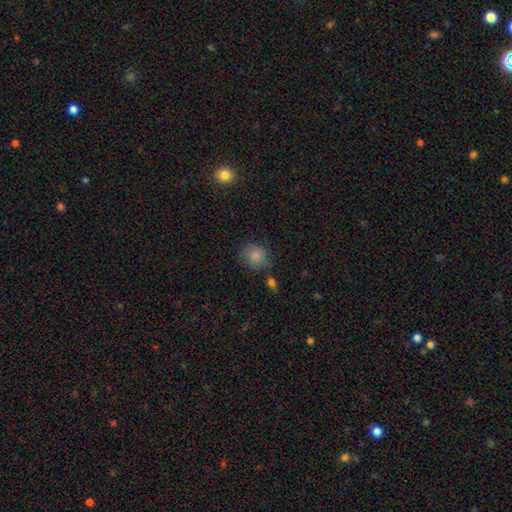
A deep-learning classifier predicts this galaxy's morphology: smooth_or_featured: smooth (p=0.85) [alt: star or artifact p=0.10]
how_rounded: round (p=0.76) [alt: in between p=0.23]
merging: none (p=0.72) [alt: minor disturbance p=0.19]